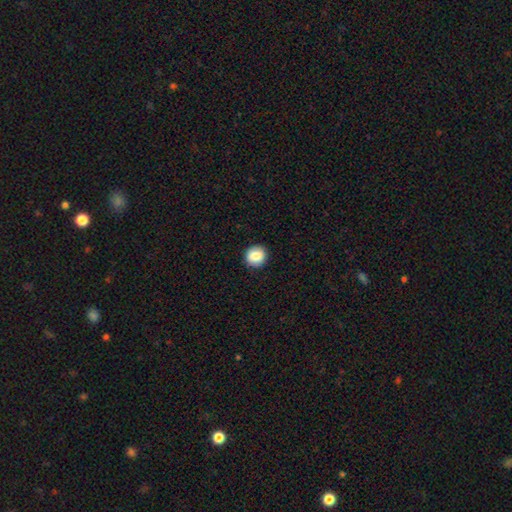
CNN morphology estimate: Smooth or featured? Predicted: smooth (p=0.85). How rounded? Predicted: round (p=0.89). Merging? Predicted: none (p=0.90).